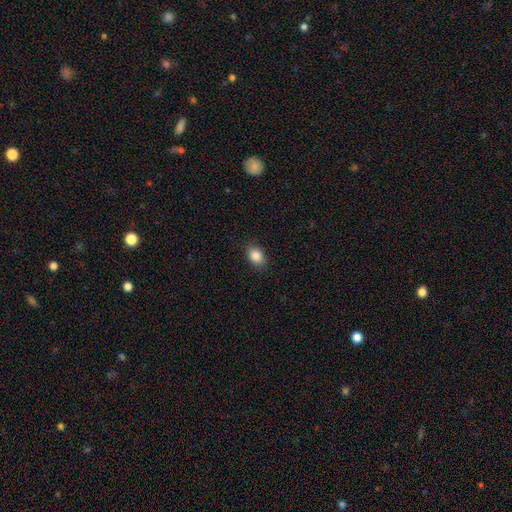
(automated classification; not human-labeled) smooth_or_featured: smooth (p=0.87) [alt: star or artifact p=0.08]
how_rounded: in between (p=0.76) [alt: round p=0.23]
merging: none (p=0.86) [alt: minor disturbance p=0.11]